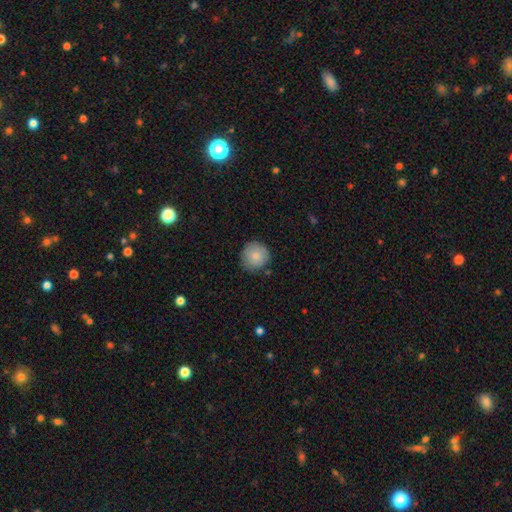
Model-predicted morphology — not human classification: A smooth galaxy with no disk features (82%) that is round (94%).

Vote fractions:
- Smooth or featured? smooth: 82% / featured or disk: 10% / star or artifact: 8%
- How rounded? round: 94% / in between: 5% / cigar-shaped: 1%
- Merging? none: 84% / minor disturbance: 12% / major disturbance: 2% / merger: 2%